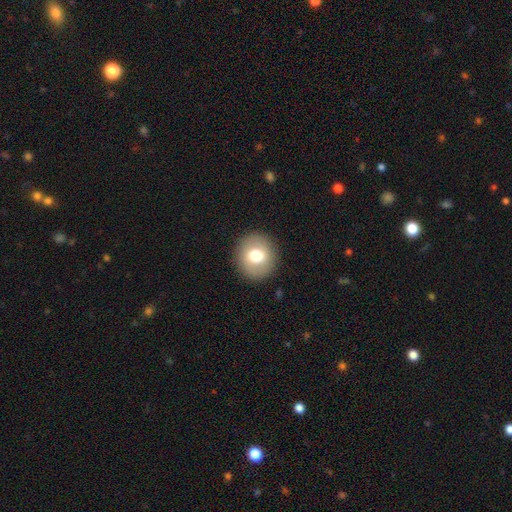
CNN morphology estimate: smooth_or_featured: smooth (p=0.73) [alt: featured or disk p=0.19]
how_rounded: round (p=0.87) [alt: in between p=0.12]
merging: none (p=0.90) [alt: minor disturbance p=0.06]